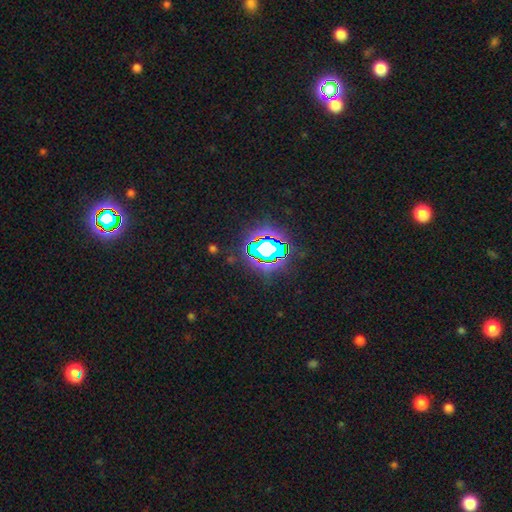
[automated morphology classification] Smooth or featured: star or artifact — 82% (smooth — 11%)